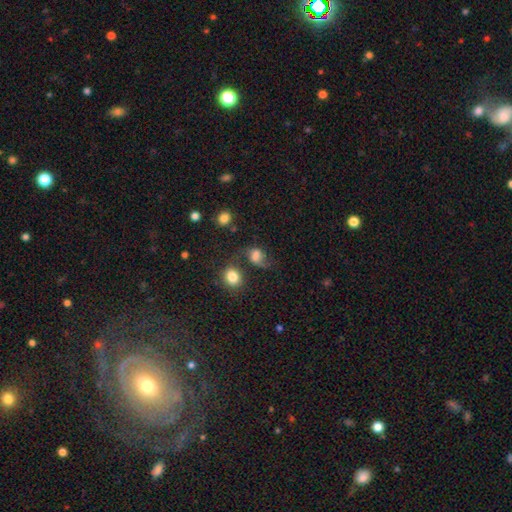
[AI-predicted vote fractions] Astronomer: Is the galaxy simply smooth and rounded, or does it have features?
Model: smooth — 54% (runner-up: featured or disk, 32%).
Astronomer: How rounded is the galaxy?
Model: in between — 51% (runner-up: round, 47%).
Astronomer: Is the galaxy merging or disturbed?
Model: none — 43% (runner-up: minor disturbance, 22%).